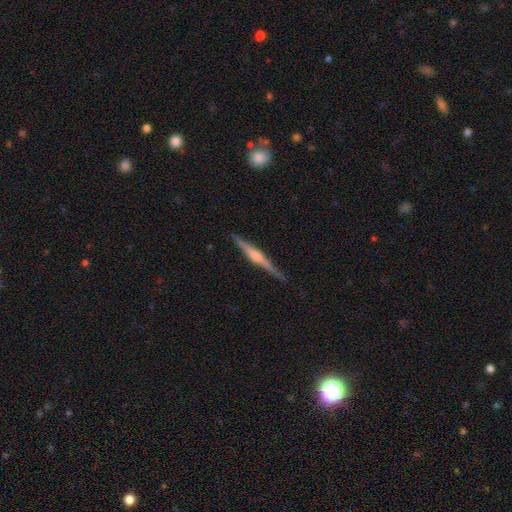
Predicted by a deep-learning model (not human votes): Overall: featured or disk (82%). Edge-on disk: yes (98%). Edge-on bulge: rounded (83%). Merging: none (90%).